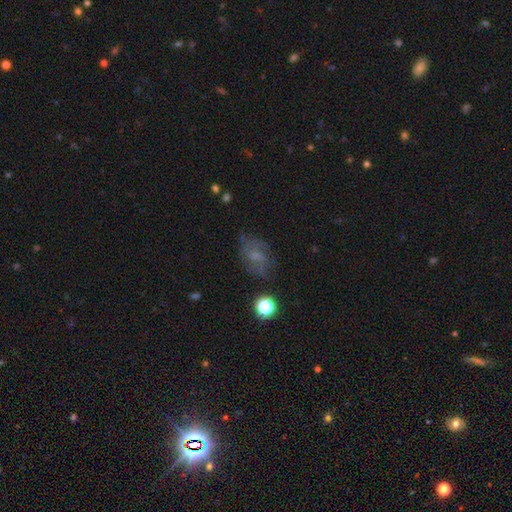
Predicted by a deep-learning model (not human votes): smooth 47%, featured or disk 34%, star or artifact 19%. Down the decision tree: merging — none (63%).